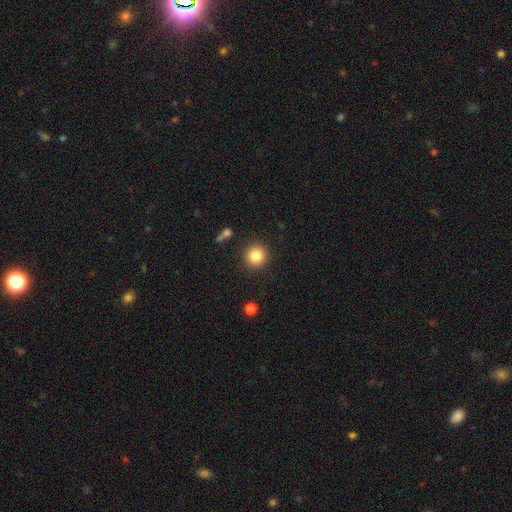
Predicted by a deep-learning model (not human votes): smooth 84%, star or artifact 10%, featured or disk 6%. Down the decision tree: how rounded — round (93%); merging — none (90%).